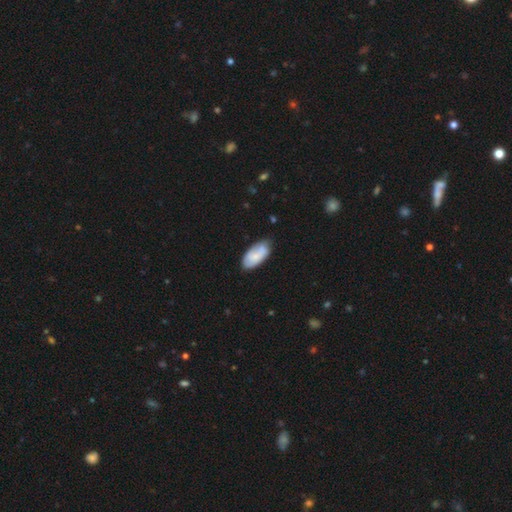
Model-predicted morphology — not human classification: A smooth galaxy with no disk features (67%) that is in between round and cigar-shaped (93%).

Vote fractions:
- Smooth or featured? smooth: 67% / featured or disk: 27% / star or artifact: 6%
- How rounded? in between: 93% / cigar-shaped: 5% / round: 2%
- Merging? none: 66% / minor disturbance: 27% / major disturbance: 5% / merger: 3%